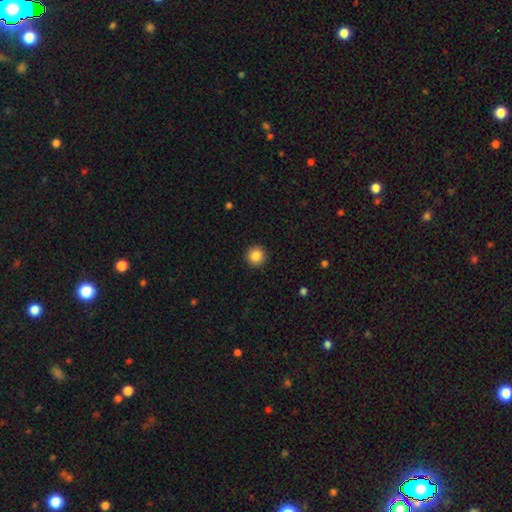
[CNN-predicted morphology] smooth 87%, star or artifact 9%, featured or disk 4%. Down the decision tree: how rounded — round (95%); merging — none (93%).